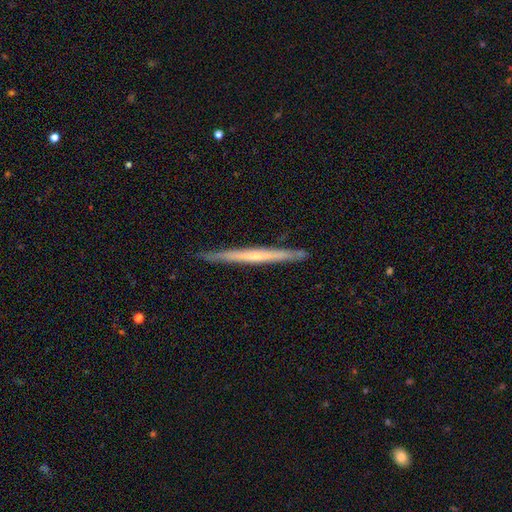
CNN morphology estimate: featured or disk 62%, smooth 33%, star or artifact 5%. Down the decision tree: edge-on disk — yes (97%); edge-on bulge — none (70%); merging — none (88%).